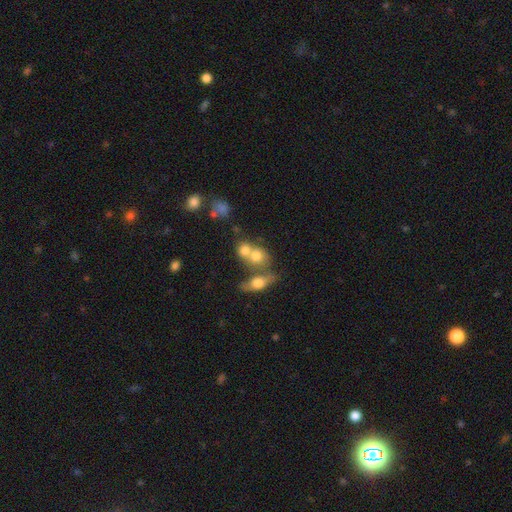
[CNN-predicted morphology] Smooth or featured: smooth — 71% (featured or disk — 18%)
How rounded: round — 63% (in between — 35%)
Merging: merger — 57% (none — 30%)